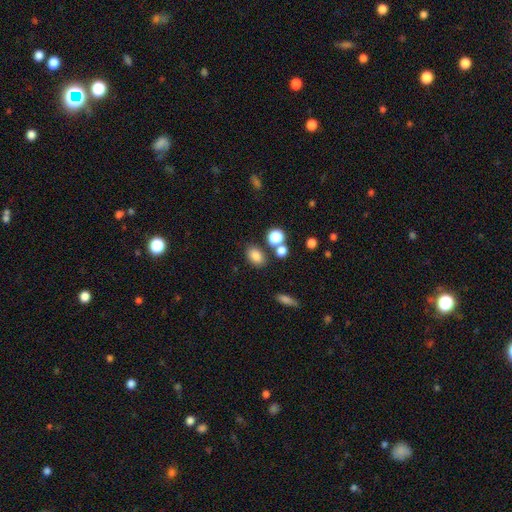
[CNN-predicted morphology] Q: Smooth or featured?
A: smooth (81%); runner-up: star or artifact (12%)
Q: How rounded?
A: in between (76%); runner-up: round (23%)
Q: Merging?
A: none (76%); runner-up: minor disturbance (11%)